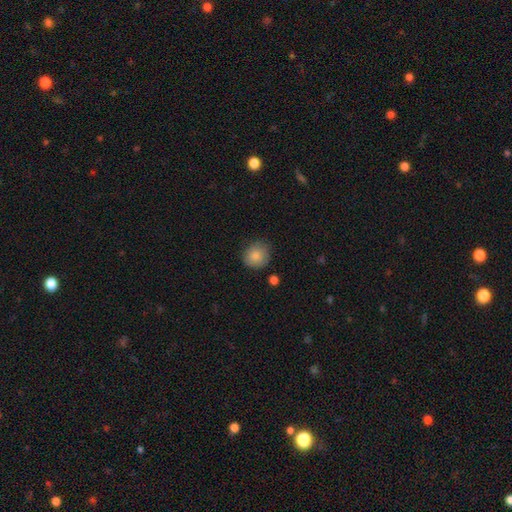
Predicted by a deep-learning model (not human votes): smooth 85%, star or artifact 8%, featured or disk 7%. Down the decision tree: how rounded — round (86%); merging — none (76%).